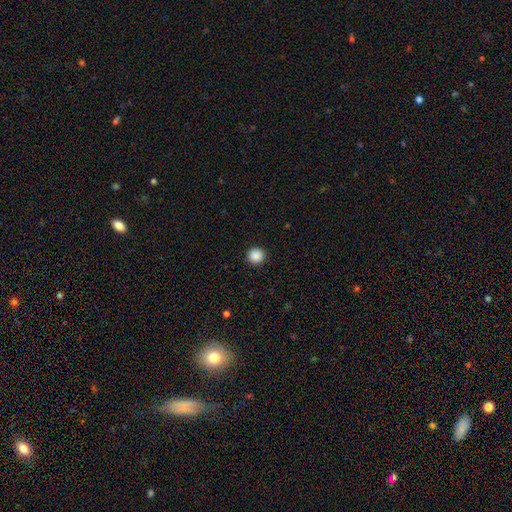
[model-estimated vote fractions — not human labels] smooth 88%, star or artifact 9%, featured or disk 2%. Down the decision tree: how rounded — round (94%); merging — none (93%).